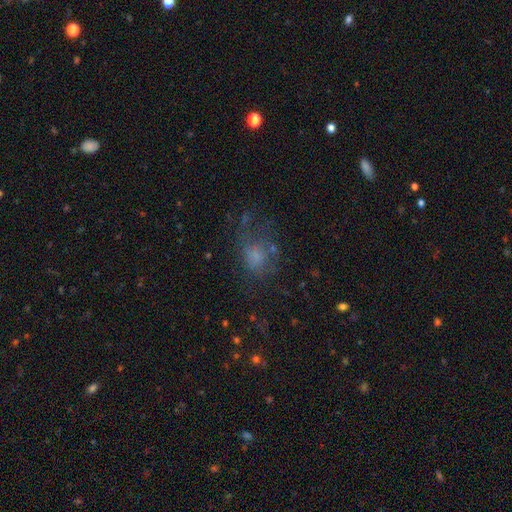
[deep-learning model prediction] smooth 56%, featured or disk 25%, star or artifact 20%. Down the decision tree: how rounded — in between (51%); merging — none (43%).